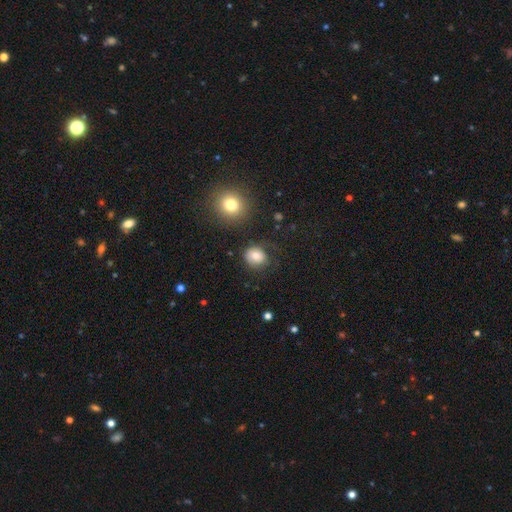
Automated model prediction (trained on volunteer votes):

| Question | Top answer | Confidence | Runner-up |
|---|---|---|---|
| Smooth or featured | smooth | 79% | star or artifact (11%) |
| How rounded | round | 75% | in between (24%) |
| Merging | none | 69% | minor disturbance (18%) |